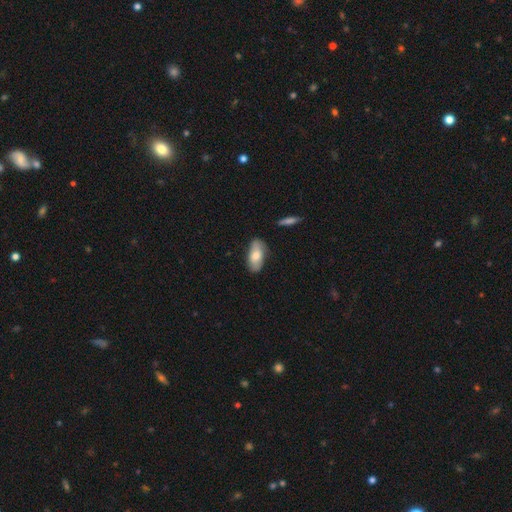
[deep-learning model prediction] smooth-or-featured: smooth: 71% | featured or disk: 23% | star or artifact: 6%
  how-rounded: in between: 89% | cigar-shaped: 8% | round: 3%
  merging: none: 79% | minor disturbance: 16% | major disturbance: 3% | merger: 2%